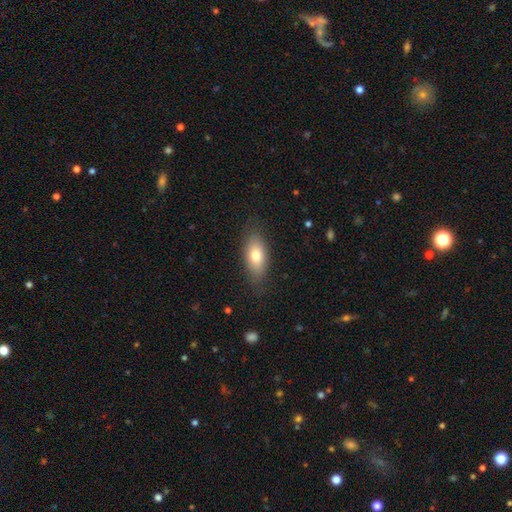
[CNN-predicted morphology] The model was most divided on "smooth or featured": smooth: 74%, featured or disk: 18%, star or artifact: 8%. More confident: how rounded — in between (83%); merging — none (81%).